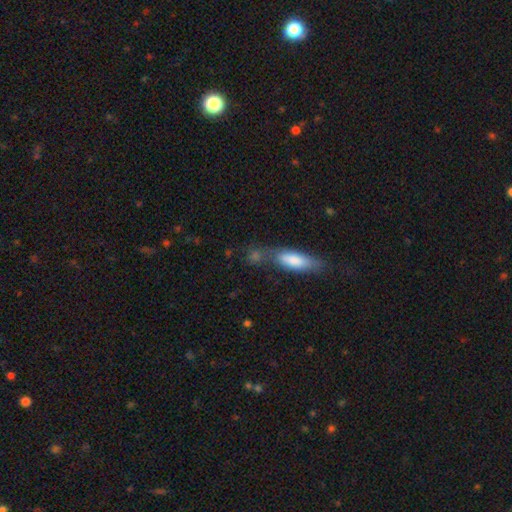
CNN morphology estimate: A smooth galaxy with no disk features (72%) that is in between round and cigar-shaped (46%). Merging: none (56%).